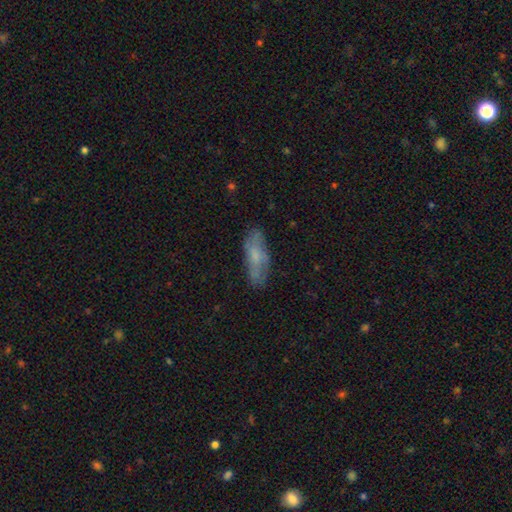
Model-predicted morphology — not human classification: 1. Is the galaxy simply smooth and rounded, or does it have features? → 60% smooth, 33% featured or disk, 8% star or artifact.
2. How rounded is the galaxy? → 60% in between, 38% cigar-shaped, 2% round.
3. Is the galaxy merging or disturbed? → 68% none, 22% minor disturbance, 7% major disturbance, 2% merger.